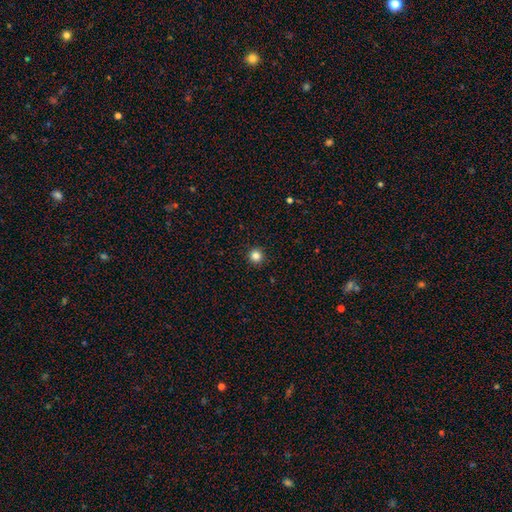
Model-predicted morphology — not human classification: The model was most divided on "smooth or featured": smooth: 85%, star or artifact: 12%, featured or disk: 4%. More confident: how rounded — round (96%); merging — none (93%).